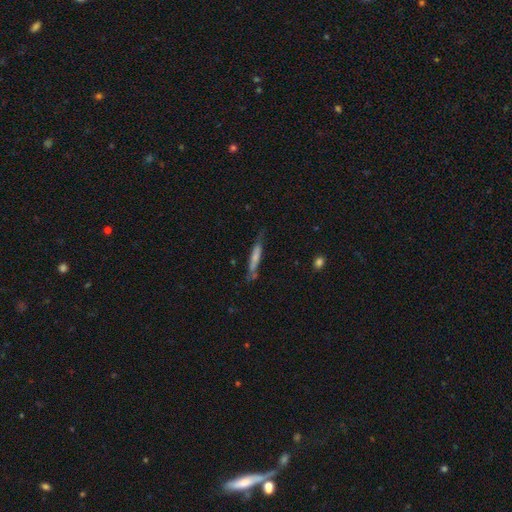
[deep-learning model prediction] The model was most divided on "smooth or featured": smooth: 52%, featured or disk: 41%, star or artifact: 8%. More confident: how rounded — cigar-shaped (90%); merging — none (63%).